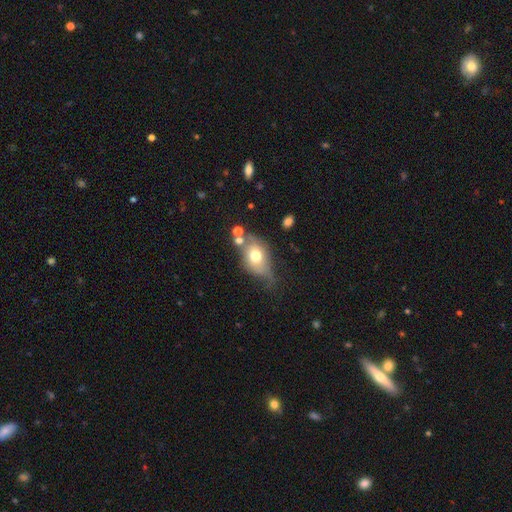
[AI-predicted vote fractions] Smooth or featured? Predicted: smooth (p=0.62). How rounded? Predicted: in between (p=0.78). Merging? Predicted: none (p=0.37).